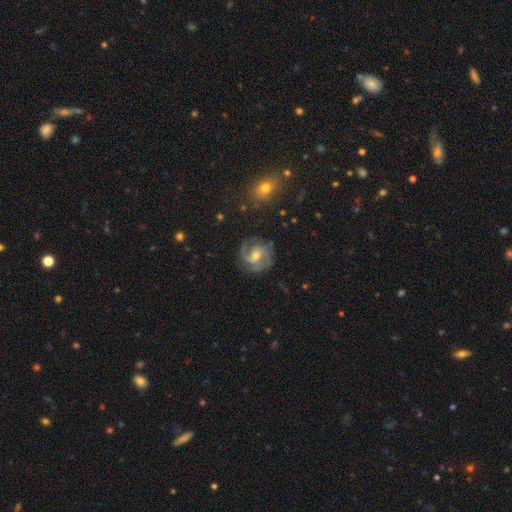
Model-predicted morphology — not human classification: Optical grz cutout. It shows a featured or disk galaxy (81%) with a weak bar (46%), 2 (67%) medium (49%) spiral arms (95%) and a moderate central bulge (50%). Merging: none (74%).